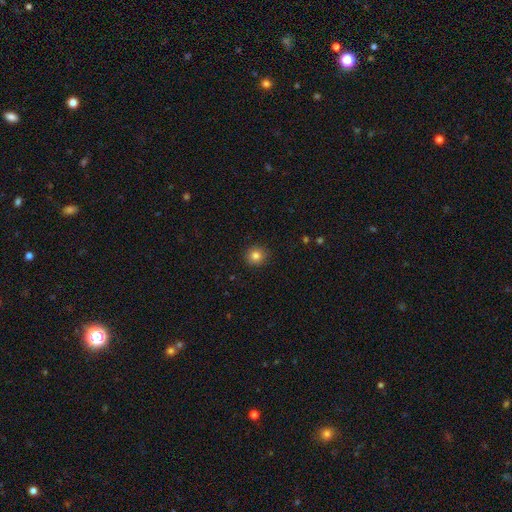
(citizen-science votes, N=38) A smooth galaxy with no disk features (89%) that is round (94%).

Vote fractions:
- Smooth or featured? smooth: 89% / star or artifact: 8% / featured or disk: 3%
- How rounded? round: 94% / in between: 6% / cigar-shaped: 0%
- Merging? none: 89% / minor disturbance: 9% / major disturbance: 3% / merger: 0%